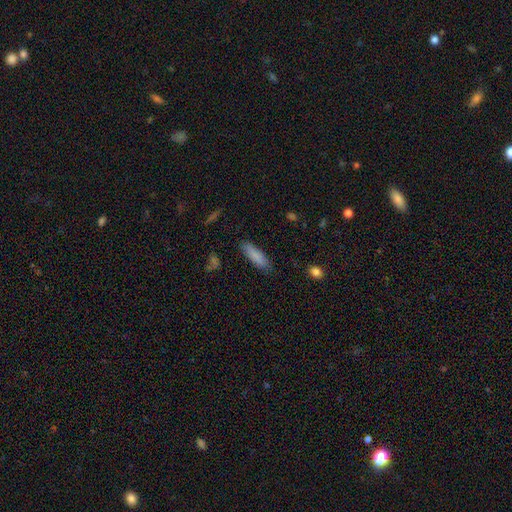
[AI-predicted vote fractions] The model was most divided on "how rounded": cigar-shaped: 54%, in between: 44%, round: 2%. More confident: smooth or featured — smooth (86%); merging — none (85%).